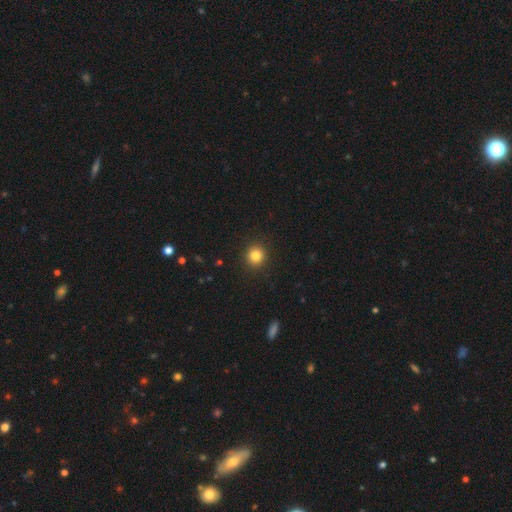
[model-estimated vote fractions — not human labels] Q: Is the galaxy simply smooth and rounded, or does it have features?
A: smooth — 83%.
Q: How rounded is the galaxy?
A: round — 91%.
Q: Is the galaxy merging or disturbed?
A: none — 92%.